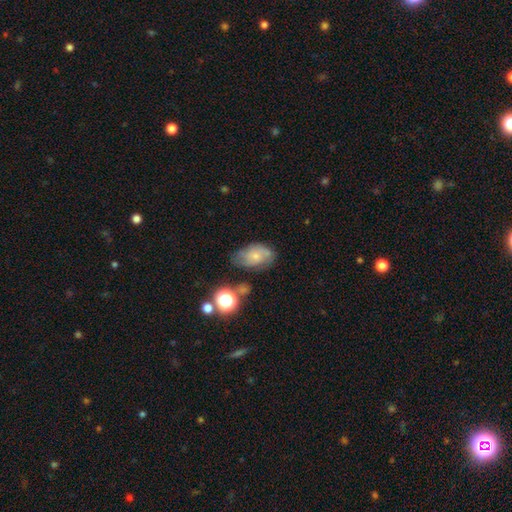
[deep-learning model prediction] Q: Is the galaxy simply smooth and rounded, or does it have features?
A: smooth — 57%.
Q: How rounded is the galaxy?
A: in between — 84%.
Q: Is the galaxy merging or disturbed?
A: none — 48%.